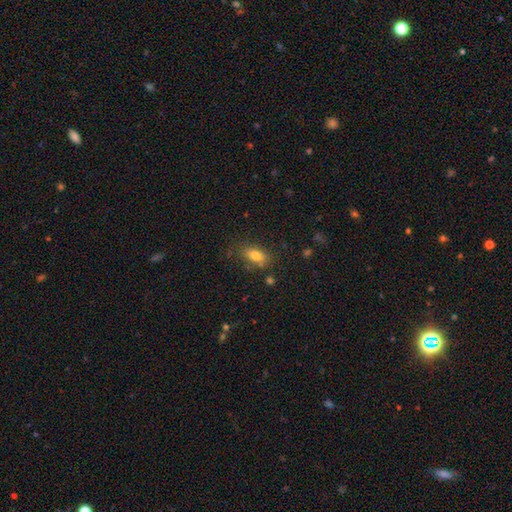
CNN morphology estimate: A smooth galaxy with no disk features (79%) that is in between round and cigar-shaped (85%). Merging: none (74%).